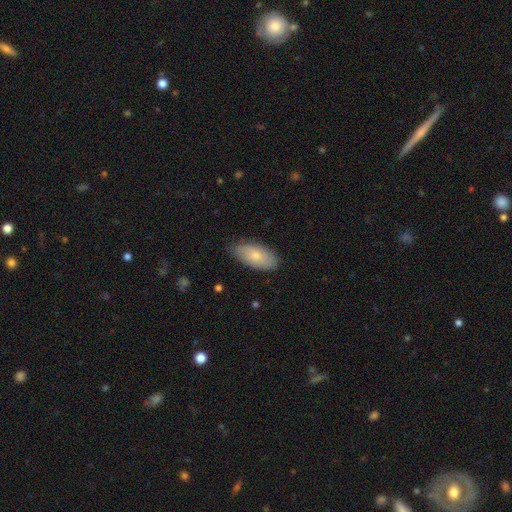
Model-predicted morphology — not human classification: smooth_or_featured: smooth (p=0.72) [alt: featured or disk p=0.22]
how_rounded: in between (p=0.92) [alt: cigar-shaped p=0.05]
merging: none (p=0.79) [alt: minor disturbance p=0.17]